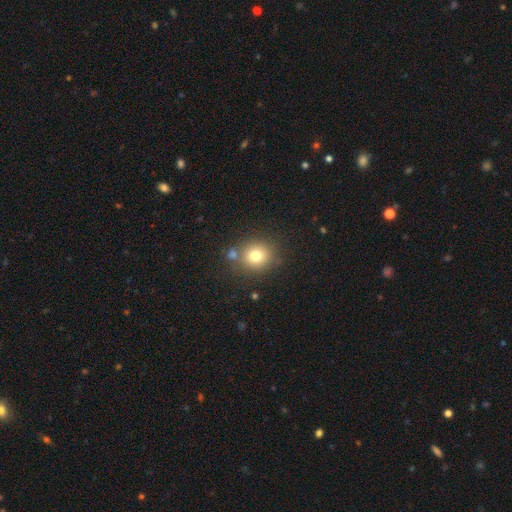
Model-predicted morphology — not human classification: smooth-or-featured: smooth: 75% | star or artifact: 14% | featured or disk: 11%
  how-rounded: round: 84% | in between: 15% | cigar-shaped: 1%
  merging: none: 75% | merger: 12% | minor disturbance: 10% | major disturbance: 4%